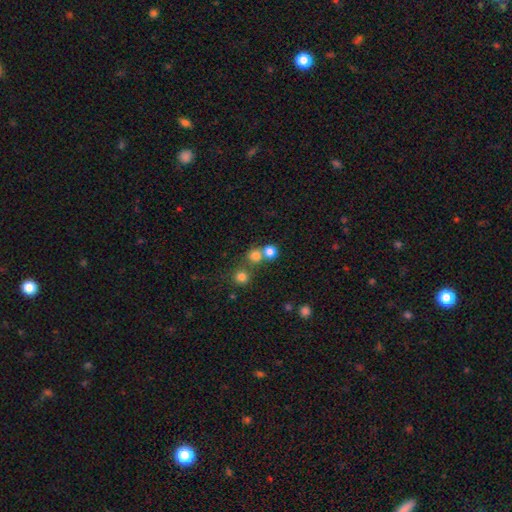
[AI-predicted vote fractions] A smooth galaxy with no disk features (76%) that is round (88%). Merging: none (56%).